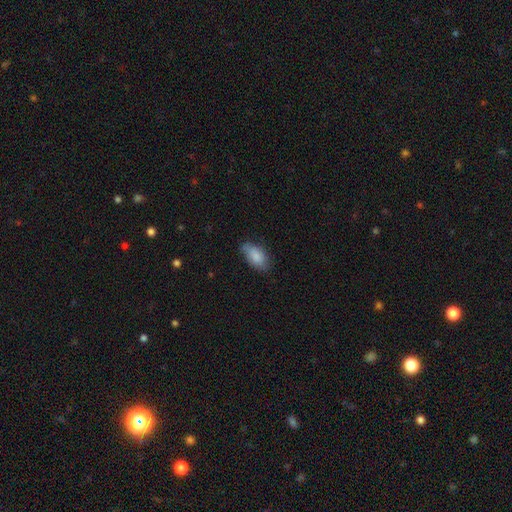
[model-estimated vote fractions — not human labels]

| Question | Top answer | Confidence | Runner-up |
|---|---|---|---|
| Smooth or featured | smooth | 84% | featured or disk (10%) |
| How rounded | in between | 93% | round (4%) |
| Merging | none | 64% | minor disturbance (29%) |